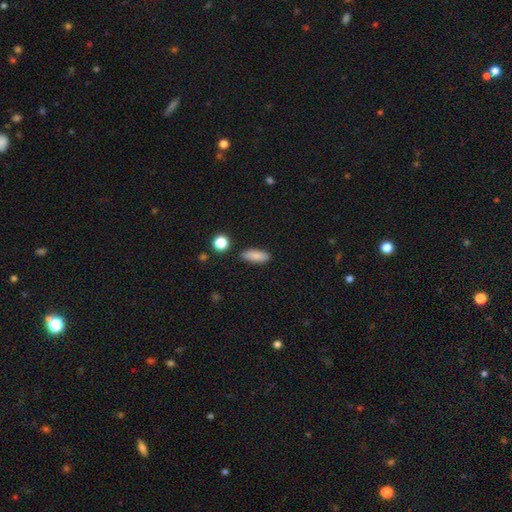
Smooth or featured: smooth — 89% (star or artifact — 8%)
How rounded: in between — 85% (cigar-shaped — 15%)
Merging: none — 86% (minor disturbance — 11%)